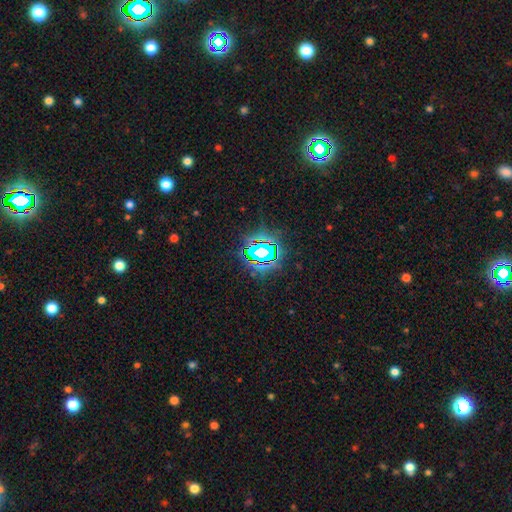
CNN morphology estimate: A star or artifact, not a galaxy (74%).